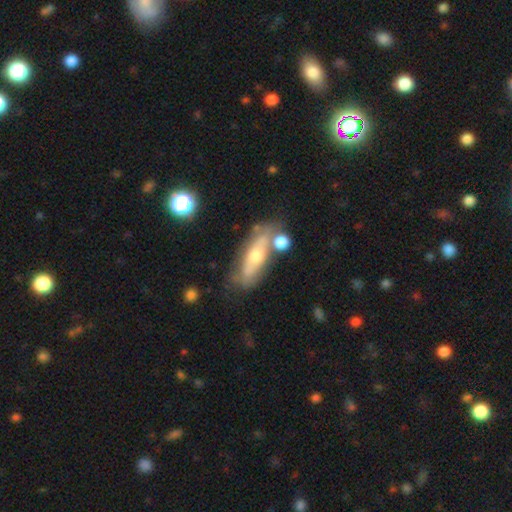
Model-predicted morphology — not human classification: featured or disk 59%, smooth 31%, star or artifact 10%. Down the decision tree: edge-on disk — no (60%); merging — none (61%).